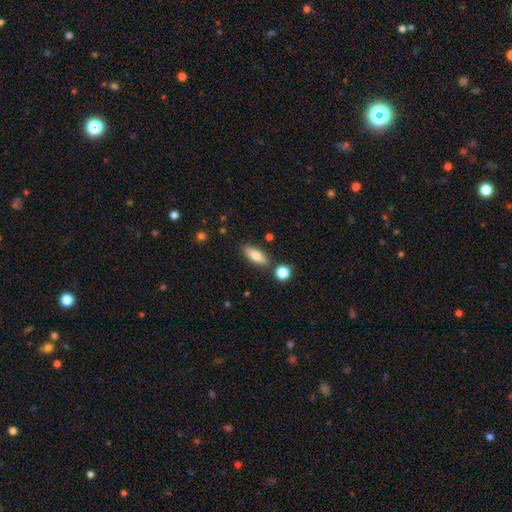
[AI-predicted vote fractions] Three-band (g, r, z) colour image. It shows a smooth galaxy with no disk features (78%) that is in between round and cigar-shaped (76%). Merging: none (80%).